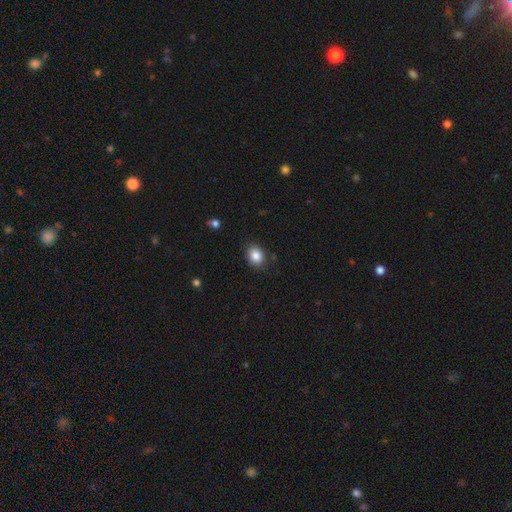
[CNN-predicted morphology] Smooth or featured? smooth (85%)
How rounded? in between (50%)
Merging? none (83%)